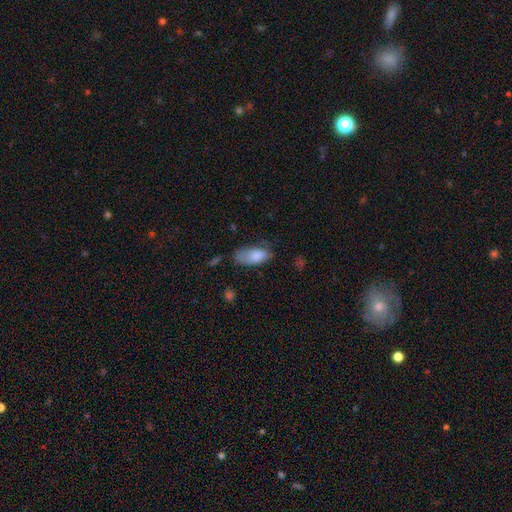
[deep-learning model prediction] Morphology: type=smooth (81%); roundness=in between (90%); merging=none (41%).